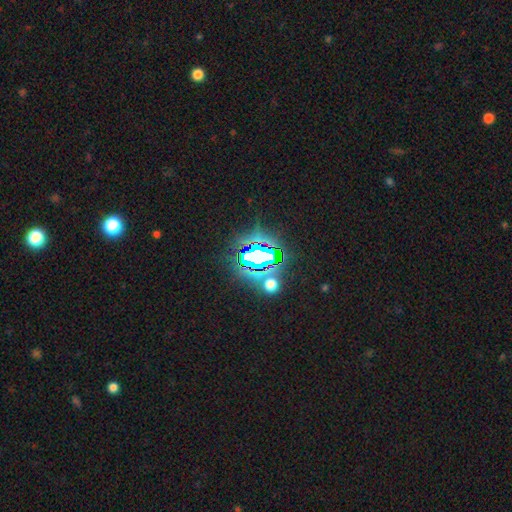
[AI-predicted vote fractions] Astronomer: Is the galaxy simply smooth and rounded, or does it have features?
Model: star or artifact — 73%.